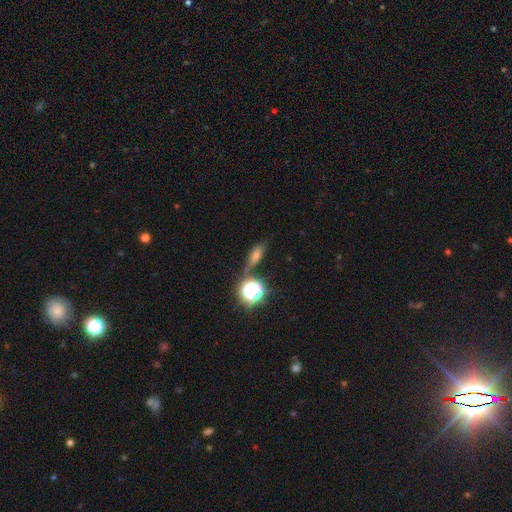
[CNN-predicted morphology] type=smooth (47%); merging=none (68%).